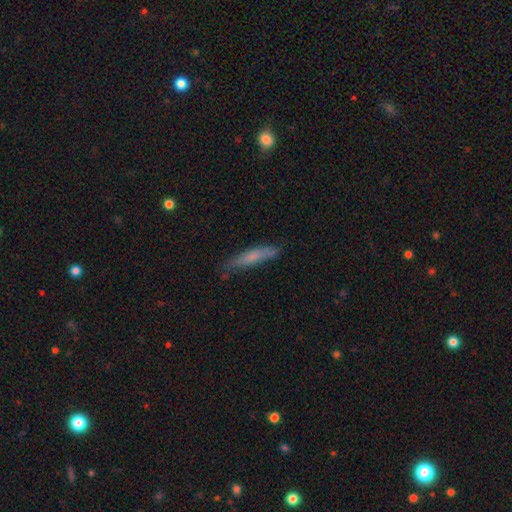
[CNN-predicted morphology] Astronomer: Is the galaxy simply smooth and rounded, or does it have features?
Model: smooth — 67%.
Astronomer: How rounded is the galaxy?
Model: cigar-shaped — 85%.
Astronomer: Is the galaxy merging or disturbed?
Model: none — 67%.